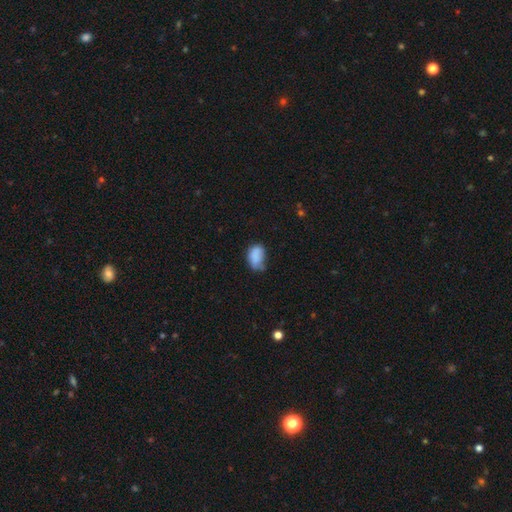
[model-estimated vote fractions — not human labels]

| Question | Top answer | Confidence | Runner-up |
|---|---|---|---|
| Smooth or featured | smooth | 82% | featured or disk (9%) |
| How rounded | in between | 85% | round (14%) |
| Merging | minor disturbance | 41% | none (39%) |